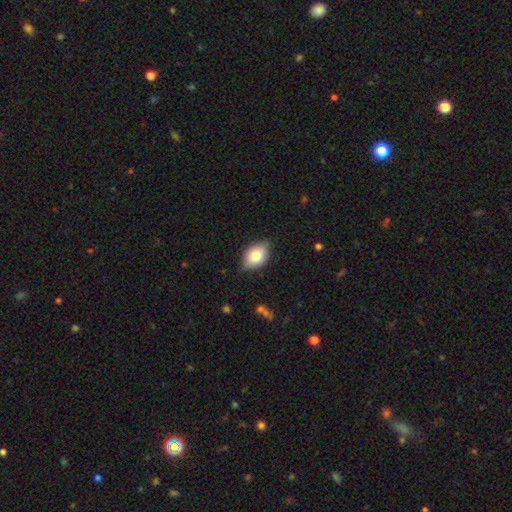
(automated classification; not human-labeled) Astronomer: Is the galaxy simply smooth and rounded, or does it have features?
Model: smooth — 77%.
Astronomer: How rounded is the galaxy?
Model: in between — 85%.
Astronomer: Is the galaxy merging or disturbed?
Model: none — 76%.